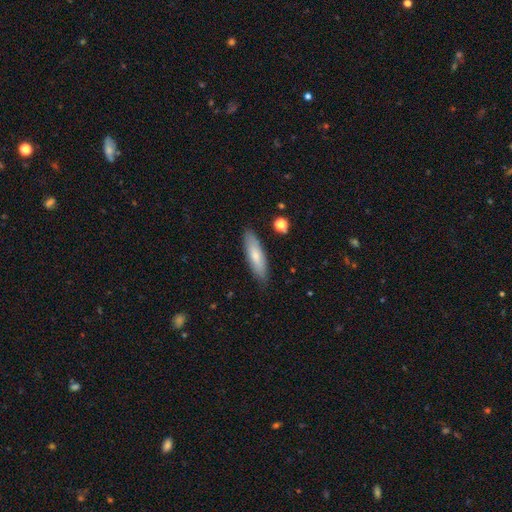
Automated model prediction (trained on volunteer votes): Smooth or featured?
  - smooth: 72% *
  - featured or disk: 22%
  - star or artifact: 6%
How rounded?
  - cigar-shaped: 60% *
  - in between: 38%
  - round: 2%
Merging?
  - none: 86% *
  - minor disturbance: 11%
  - major disturbance: 2%
  - merger: 1%